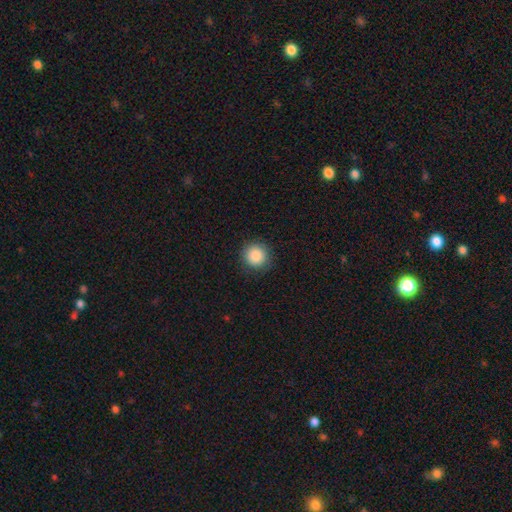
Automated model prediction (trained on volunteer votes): Morphology: type=smooth (88%); roundness=round (94%); merging=none (90%).